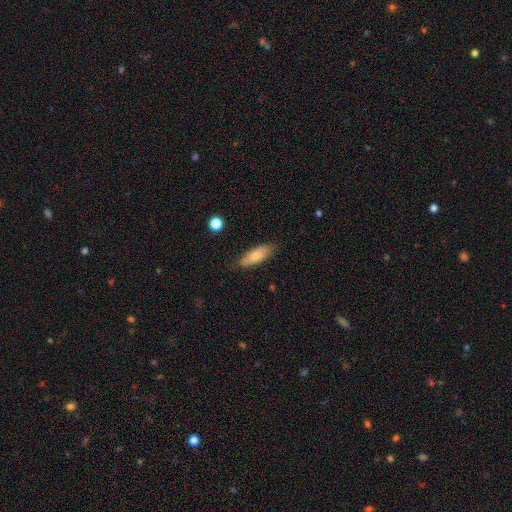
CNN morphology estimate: This appears to be a smooth galaxy with no disk features (78%) that is in between round and cigar-shaped (63%). Merging: none (82%).